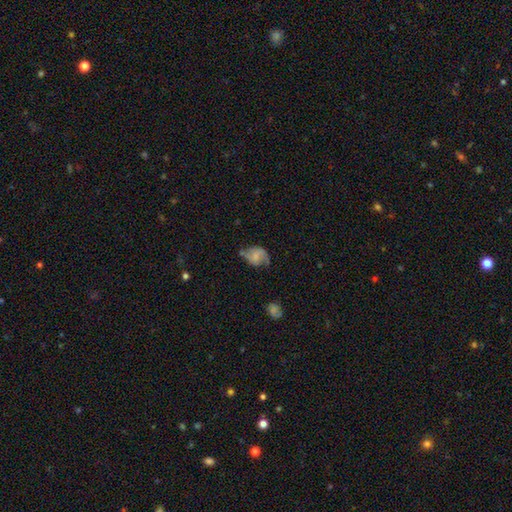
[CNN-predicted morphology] smooth_or_featured: featured or disk (p=0.56) [alt: smooth p=0.36]
disk_edge_on: no (p=0.97) [alt: yes p=0.03]
bar: no (p=0.57) [alt: weak p=0.35]
has_spiral_arms: yes (p=0.85) [alt: no p=0.15]
bulge_size: small (p=0.37) [alt: none p=0.29]
merging: none (p=0.49) [alt: minor disturbance p=0.30]